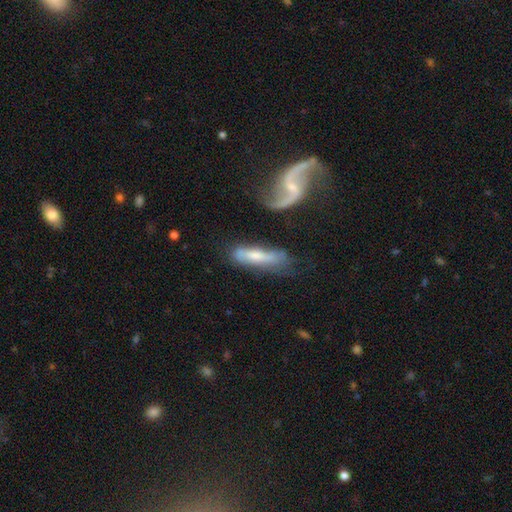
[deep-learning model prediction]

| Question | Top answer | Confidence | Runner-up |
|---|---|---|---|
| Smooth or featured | featured or disk | 59% | smooth (34%) |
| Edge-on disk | no | 62% | yes (38%) |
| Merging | none | 49% | minor disturbance (26%) |